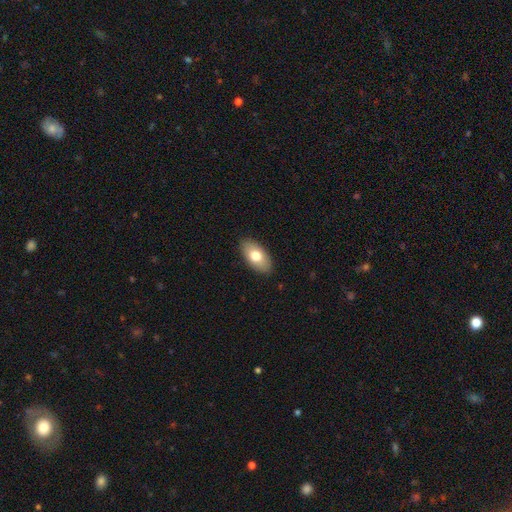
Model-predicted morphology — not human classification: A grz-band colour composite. It shows a smooth galaxy with no disk features (76%) that is in between round and cigar-shaped (94%). Merging: none (88%).